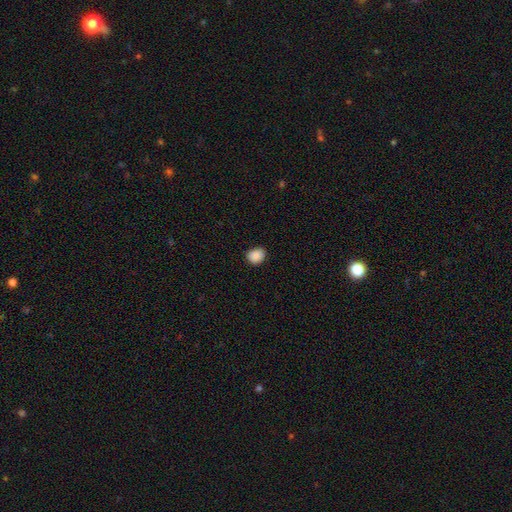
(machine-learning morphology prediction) smooth 89%, star or artifact 9%, featured or disk 3%. Down the decision tree: how rounded — round (59%); merging — none (83%).